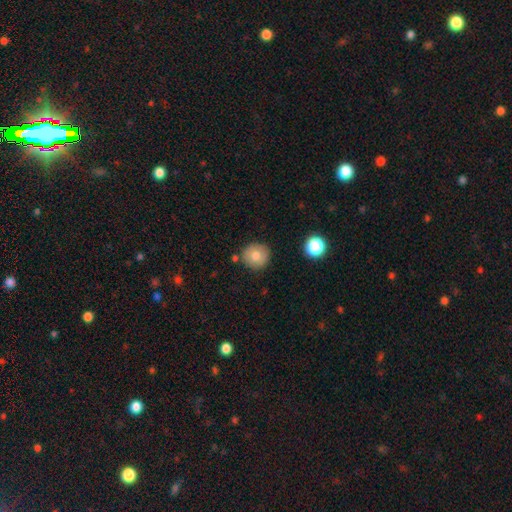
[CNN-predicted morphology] Smooth or featured?
  - smooth: 80% *
  - featured or disk: 11%
  - star or artifact: 9%
How rounded?
  - round: 92% *
  - in between: 7%
  - cigar-shaped: 1%
Merging?
  - none: 82% *
  - minor disturbance: 10%
  - merger: 5%
  - major disturbance: 2%